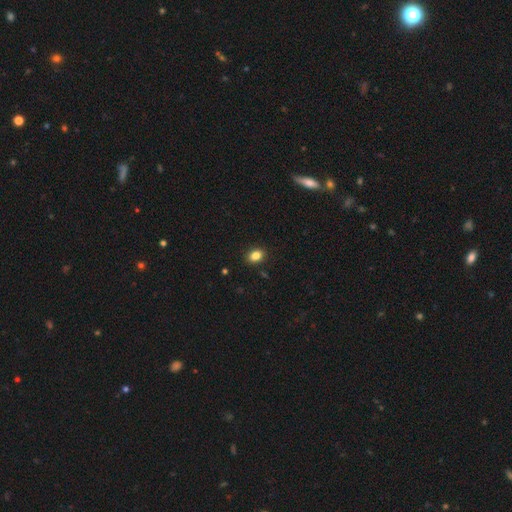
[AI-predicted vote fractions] Q: Smooth or featured?
A: smooth (85%); runner-up: star or artifact (10%)
Q: How rounded?
A: in between (73%); runner-up: round (26%)
Q: Merging?
A: none (88%); runner-up: minor disturbance (8%)